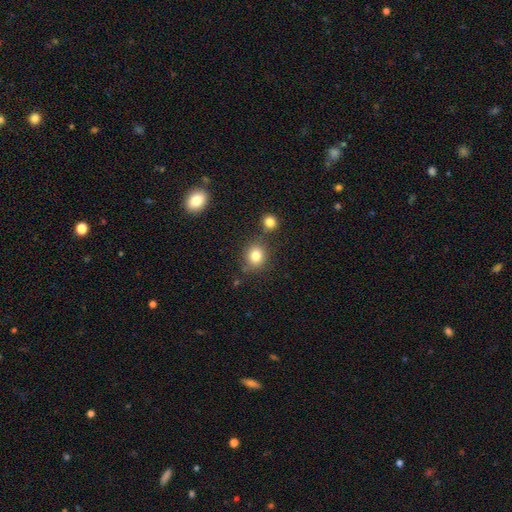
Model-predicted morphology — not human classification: type=smooth (81%); roundness=round (80%); merging=none (73%).